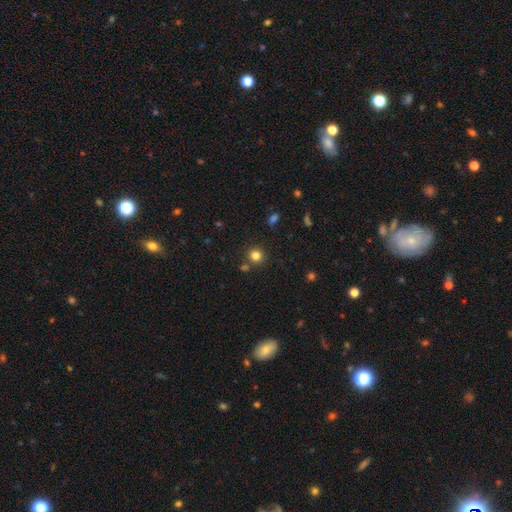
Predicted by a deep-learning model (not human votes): Smooth or featured? smooth (81%)
How rounded? round (93%)
Merging? none (82%)